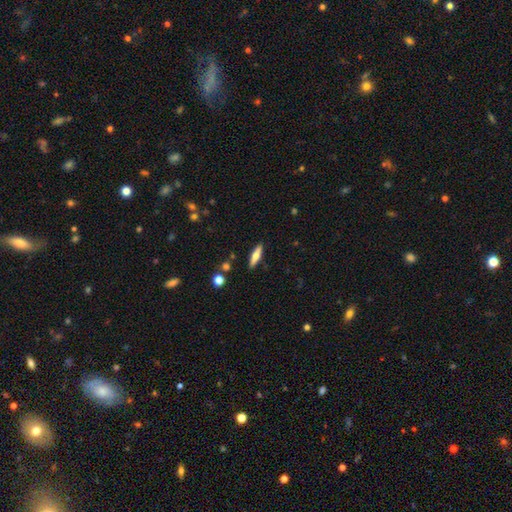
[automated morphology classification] Smooth or featured? smooth (52%)
How rounded? cigar-shaped (68%)
Merging? none (88%)